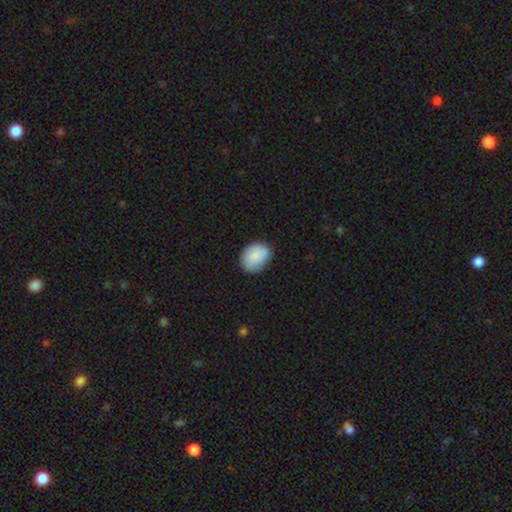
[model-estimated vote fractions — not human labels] Smooth or featured?
  - smooth: 83% *
  - featured or disk: 11%
  - star or artifact: 6%
How rounded?
  - in between: 60% *
  - round: 40%
  - cigar-shaped: 1%
Merging?
  - none: 74% *
  - minor disturbance: 20%
  - major disturbance: 4%
  - merger: 1%